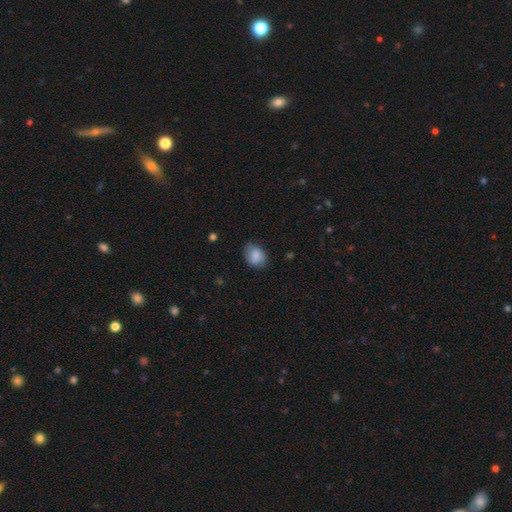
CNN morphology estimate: Smooth or featured? Predicted: smooth (p=0.84). How rounded? Predicted: in between (p=0.62). Merging? Predicted: none (p=0.69).